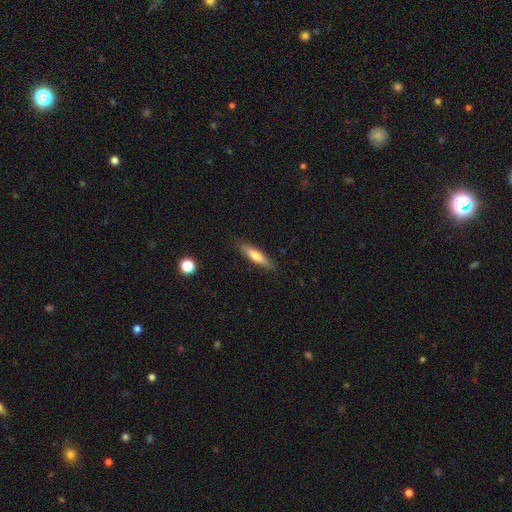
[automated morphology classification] smooth-or-featured: smooth: 66% | featured or disk: 28% | star or artifact: 6%
  how-rounded: cigar-shaped: 81% | in between: 18% | round: 2%
  merging: none: 87% | minor disturbance: 10% | major disturbance: 2% | merger: 1%